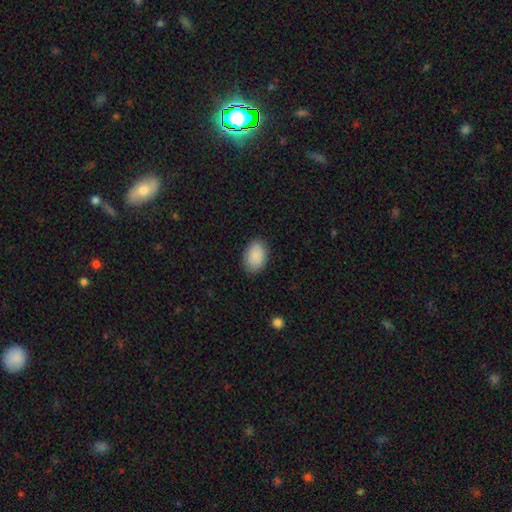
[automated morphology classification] smooth_or_featured: smooth (p=0.90) [alt: star or artifact p=0.06]
how_rounded: in between (p=0.86) [alt: round p=0.13]
merging: none (p=0.86) [alt: minor disturbance p=0.10]